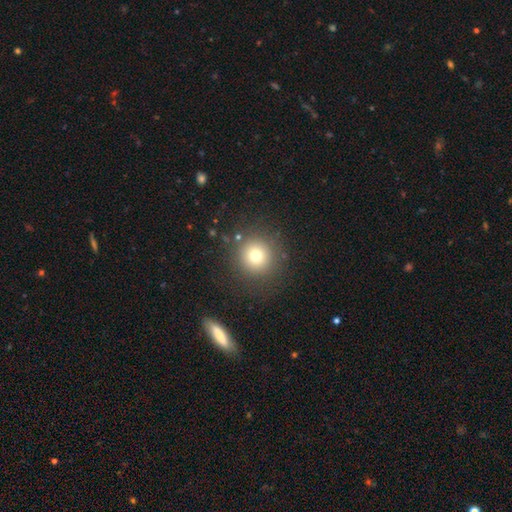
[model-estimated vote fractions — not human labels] A smooth galaxy with no disk features (73%) that is round (94%).

Vote fractions:
- Smooth or featured? smooth: 73% / star or artifact: 15% / featured or disk: 12%
- How rounded? round: 94% / in between: 5% / cigar-shaped: 1%
- Merging? none: 86% / minor disturbance: 8% / major disturbance: 4% / merger: 2%